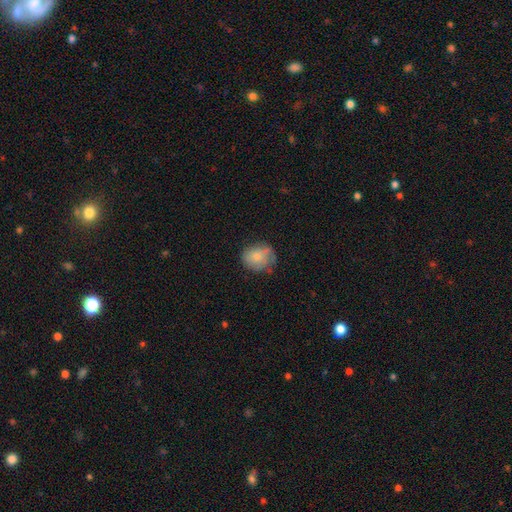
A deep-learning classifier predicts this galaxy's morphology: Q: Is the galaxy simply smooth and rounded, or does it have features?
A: smooth — 72%.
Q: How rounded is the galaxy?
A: round — 64%.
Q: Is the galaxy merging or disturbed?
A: none — 58%.